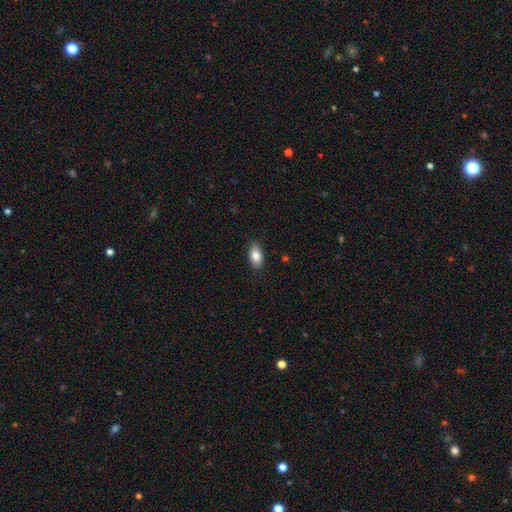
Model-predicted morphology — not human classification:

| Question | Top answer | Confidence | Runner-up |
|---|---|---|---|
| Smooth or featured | smooth | 84% | featured or disk (8%) |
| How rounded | in between | 91% | round (6%) |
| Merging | none | 85% | minor disturbance (12%) |